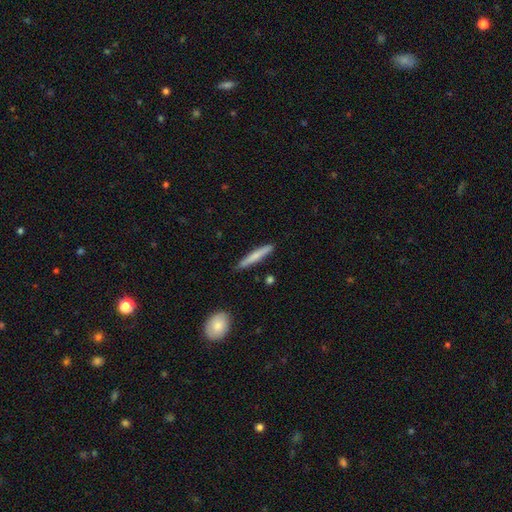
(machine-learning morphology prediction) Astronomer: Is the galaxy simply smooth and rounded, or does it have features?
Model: smooth — 66%.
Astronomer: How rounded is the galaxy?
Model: cigar-shaped — 95%.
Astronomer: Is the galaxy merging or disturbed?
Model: none — 88%.